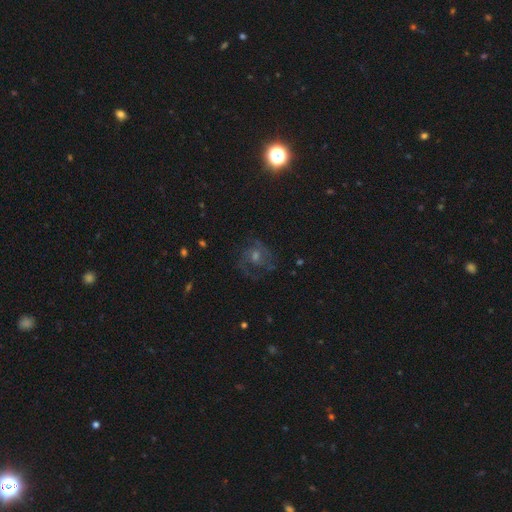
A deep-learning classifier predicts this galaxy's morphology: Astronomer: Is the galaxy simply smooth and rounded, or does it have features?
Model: featured or disk — 59%.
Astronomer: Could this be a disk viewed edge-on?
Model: no — 97%.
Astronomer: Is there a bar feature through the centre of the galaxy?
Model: no — 64%.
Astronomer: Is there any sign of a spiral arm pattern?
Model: yes — 84%.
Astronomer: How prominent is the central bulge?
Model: moderate — 53% (runner-up: small, 34%).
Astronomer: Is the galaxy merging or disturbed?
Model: none — 68%.